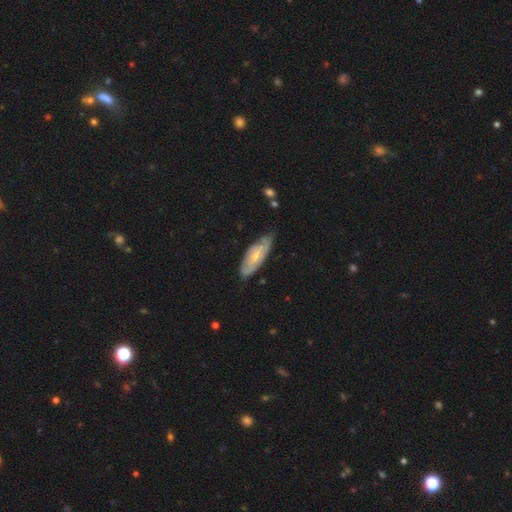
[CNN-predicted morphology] featured or disk 60%, smooth 35%, star or artifact 5%. Down the decision tree: edge-on disk — no (84%); bar — no (74%); spiral arms — yes (79%); bulge size — small (67%); merging — none (68%).